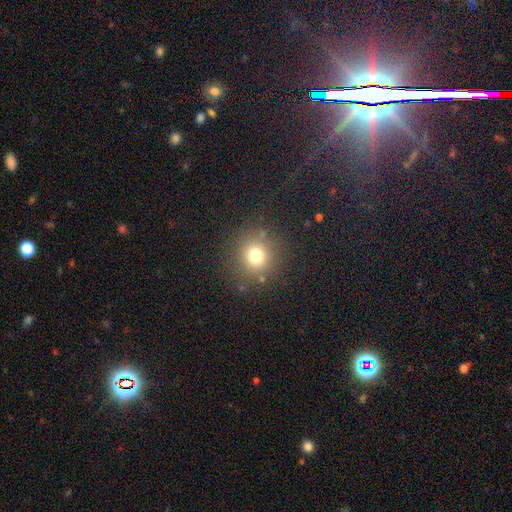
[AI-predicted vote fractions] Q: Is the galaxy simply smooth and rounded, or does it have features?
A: smooth — 75%.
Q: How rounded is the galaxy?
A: round — 92%.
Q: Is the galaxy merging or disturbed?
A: none — 85%.